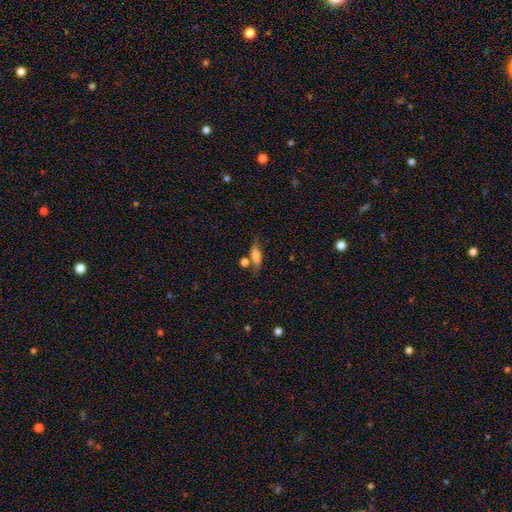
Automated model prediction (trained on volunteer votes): smooth_or_featured: smooth (p=0.73) [alt: featured or disk p=0.18]
how_rounded: in between (p=0.66) [alt: cigar-shaped p=0.29]
merging: none (p=0.61) [alt: minor disturbance p=0.17]